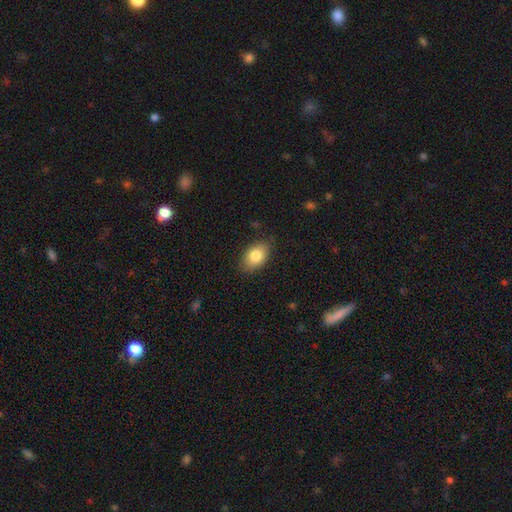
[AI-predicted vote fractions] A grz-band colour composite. It shows a smooth galaxy with no disk features (83%) that is in between round and cigar-shaped (87%). Merging: none (84%).